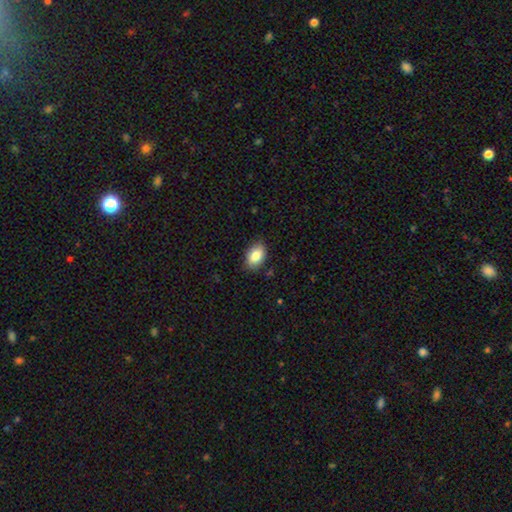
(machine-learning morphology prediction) This is clearly a smooth galaxy (84%). How rounded: clearly in between (87%). Merging: clearly none (84%).